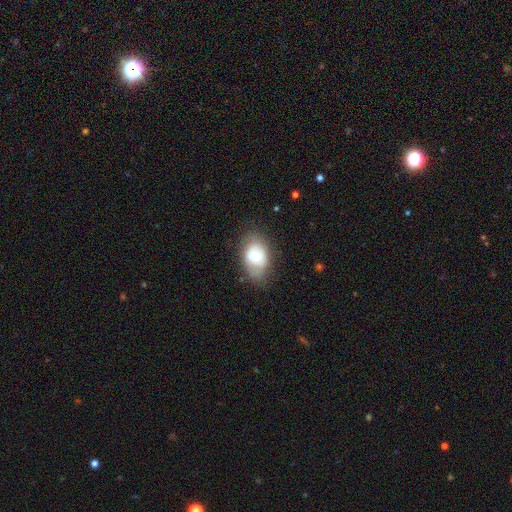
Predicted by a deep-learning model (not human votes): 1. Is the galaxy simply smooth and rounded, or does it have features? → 60% smooth, 32% featured or disk, 8% star or artifact.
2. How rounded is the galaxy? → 78% in between, 20% round, 1% cigar-shaped.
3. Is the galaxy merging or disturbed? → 68% none, 22% minor disturbance, 9% major disturbance, 2% merger.